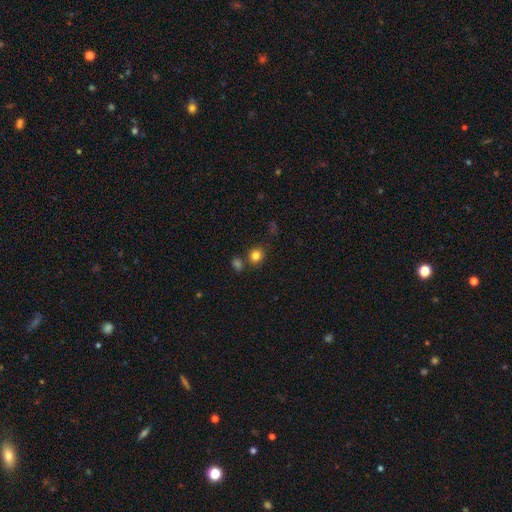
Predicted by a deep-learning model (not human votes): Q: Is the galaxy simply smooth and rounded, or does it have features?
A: smooth — 82%.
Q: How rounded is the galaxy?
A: round — 79%.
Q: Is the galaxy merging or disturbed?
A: none — 76%.